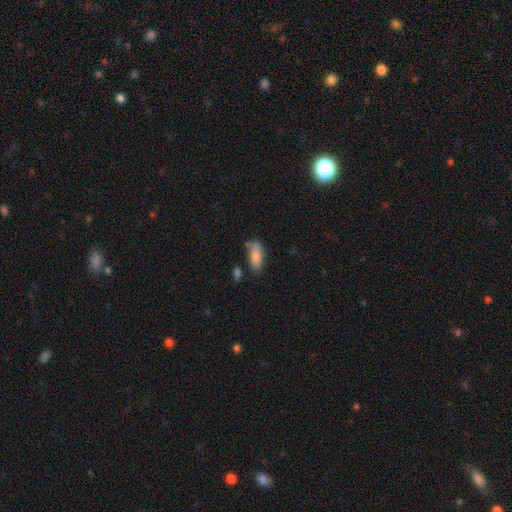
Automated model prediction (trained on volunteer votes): This appears to be a smooth galaxy with no disk features (84%) that is in between round and cigar-shaped (75%). Merging: none (62%).